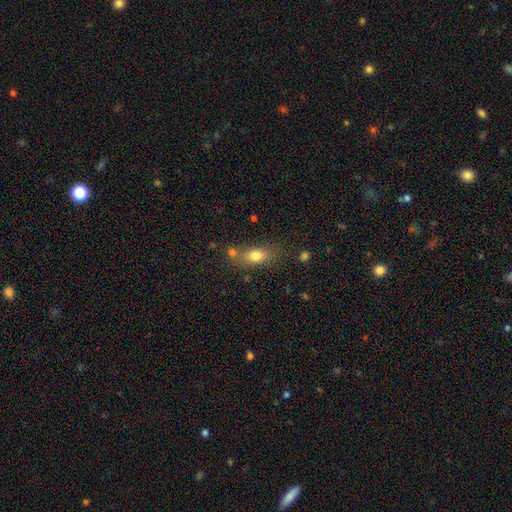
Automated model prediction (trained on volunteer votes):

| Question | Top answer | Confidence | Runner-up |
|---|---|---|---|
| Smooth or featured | smooth | 77% | featured or disk (13%) |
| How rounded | in between | 78% | round (13%) |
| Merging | none | 62% | minor disturbance (16%) |